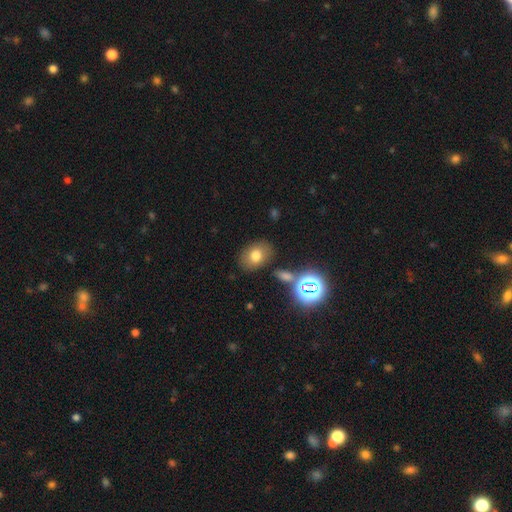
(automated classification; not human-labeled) This is likely a smooth galaxy (71%). How rounded: likely in between (71%). Merging: likely none (79%).